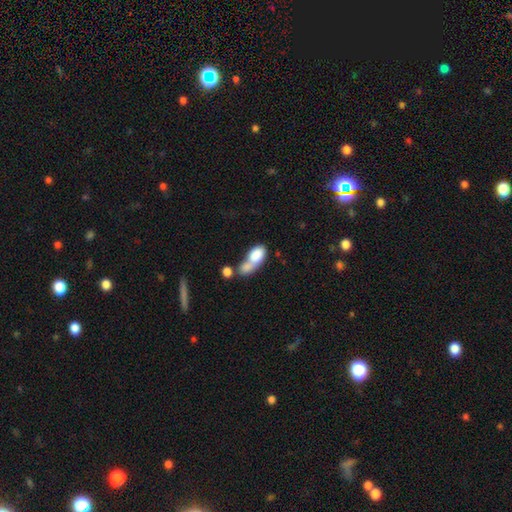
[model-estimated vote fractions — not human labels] Overall: smooth (77%). How rounded: in between (84%). Merging: merger (64%).